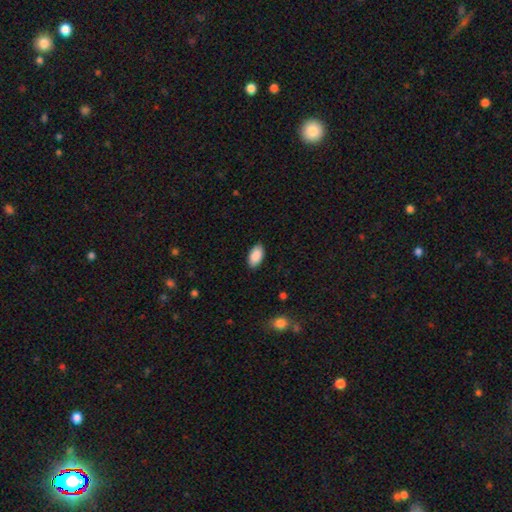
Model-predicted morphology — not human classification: A smooth galaxy with no disk features (90%) that is in between round and cigar-shaped (95%).

Vote fractions:
- Smooth or featured? smooth: 90% / star or artifact: 6% / featured or disk: 4%
- How rounded? in between: 95% / round: 3% / cigar-shaped: 2%
- Merging? none: 87% / minor disturbance: 10% / major disturbance: 2% / merger: 1%